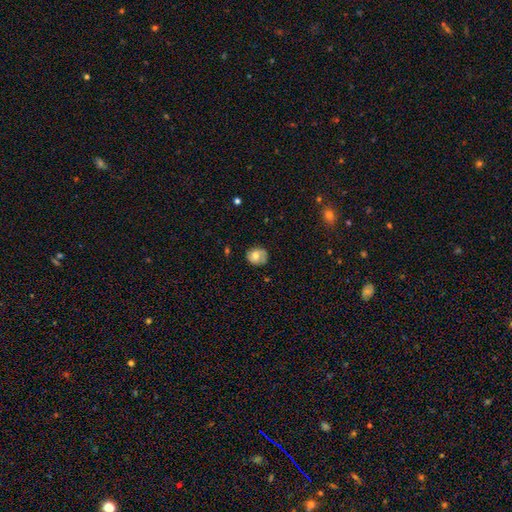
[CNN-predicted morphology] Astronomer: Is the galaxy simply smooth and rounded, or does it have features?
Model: smooth — 65%.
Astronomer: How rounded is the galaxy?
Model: round — 68%.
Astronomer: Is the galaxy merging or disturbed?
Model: none — 73%.